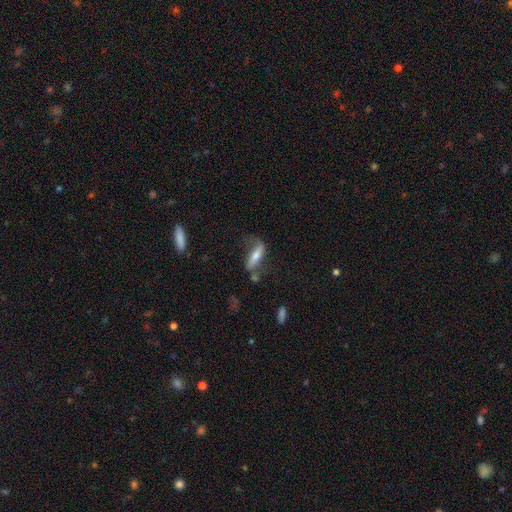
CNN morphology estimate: type=smooth (47%); merging=none (48%).